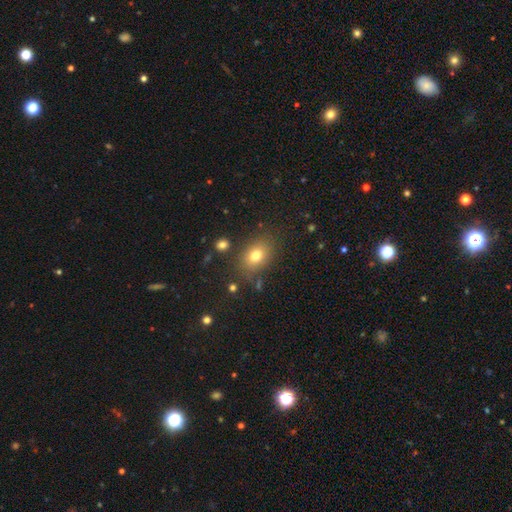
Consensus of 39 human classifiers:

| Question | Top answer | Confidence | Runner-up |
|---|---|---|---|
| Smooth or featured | smooth | 77% | featured or disk (18%) |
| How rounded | in between | 77% | round (20%) |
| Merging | none | 78% | minor disturbance (19%) |